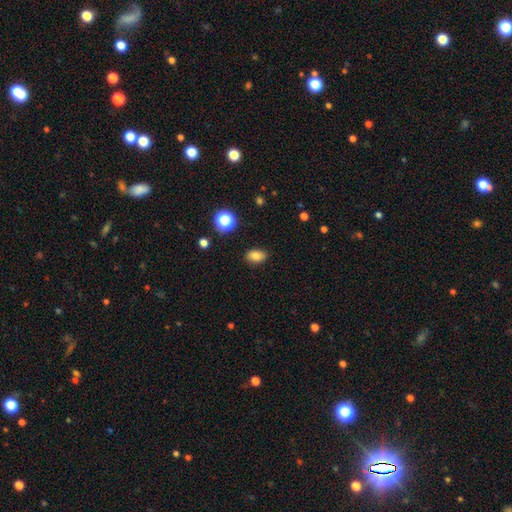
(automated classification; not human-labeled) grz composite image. It shows a smooth galaxy with no disk features (80%) that is in between round and cigar-shaped (84%). Merging: none (86%).